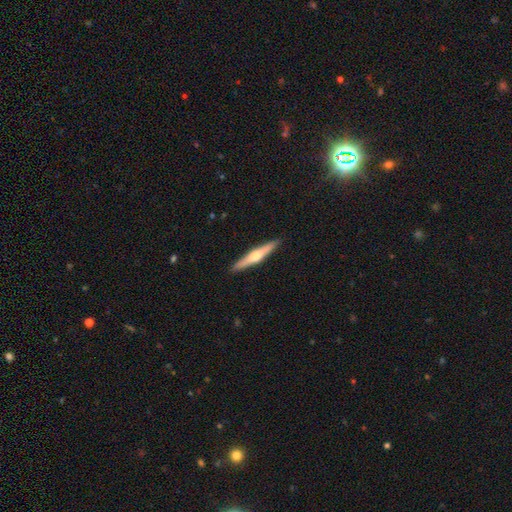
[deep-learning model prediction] Smooth or featured? Predicted: featured or disk (p=0.62). Edge-on disk? Predicted: yes (p=0.97). Edge-on bulge? Predicted: rounded (p=0.91). Merging? Predicted: none (p=0.91).